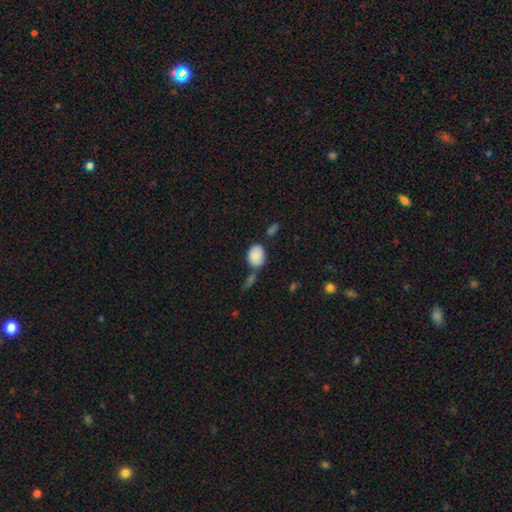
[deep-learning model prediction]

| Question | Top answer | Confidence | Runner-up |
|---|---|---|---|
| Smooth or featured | smooth | 87% | star or artifact (8%) |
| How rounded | in between | 68% | round (30%) |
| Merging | none | 57% | merger (20%) |